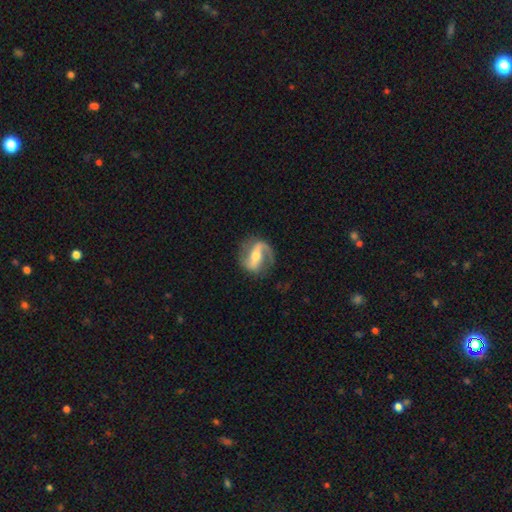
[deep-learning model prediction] A featured or disk galaxy (87%) with a strong bar (51%), 2 (84%) medium (43%) spiral arms (95%) and a moderate central bulge (60%).

Vote fractions:
- Smooth or featured? featured or disk: 87% / smooth: 9% / star or artifact: 5%
- Edge-on disk? no: 96% / yes: 4%
- Bar? strong: 51% / weak: 31% / no: 18%
- Spiral arms? yes: 95% / no: 5%
- Spiral winding? medium: 43% / loose: 41% / tight: 16%
- Spiral arm count? 2: 84% / 1: 11% / can't tell: 3% / 3: 1% / 4: 1% / more than 4: 1%
- Bulge size? moderate: 60% / small: 33% / large: 4% / none: 2% / dominant: 1%
- Merging? none: 78% / minor disturbance: 13% / major disturbance: 7% / merger: 1%